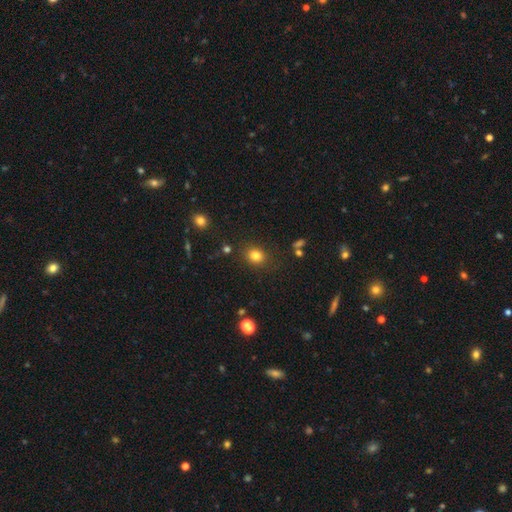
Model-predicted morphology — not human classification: smooth_or_featured: smooth (p=0.80) [alt: star or artifact p=0.13]
how_rounded: round (p=0.69) [alt: in between p=0.30]
merging: none (p=0.84) [alt: minor disturbance p=0.10]